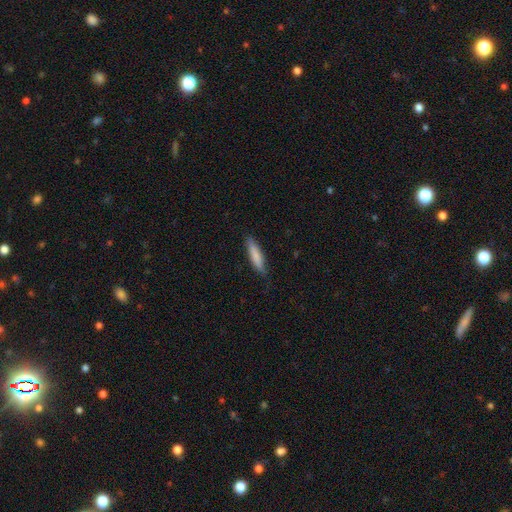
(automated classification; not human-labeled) Smooth or featured? smooth (81%)
How rounded? cigar-shaped (79%)
Merging? none (80%)